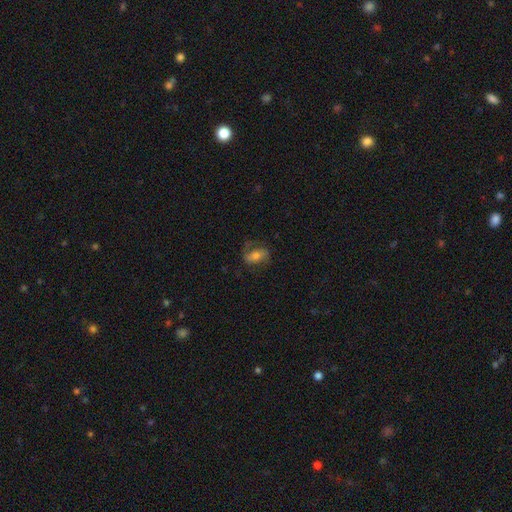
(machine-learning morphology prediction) Q: Smooth or featured?
A: featured or disk (51%); runner-up: smooth (41%)
Q: Edge-on disk?
A: no (94%); runner-up: yes (6%)
Q: Merging?
A: none (63%); runner-up: minor disturbance (21%)